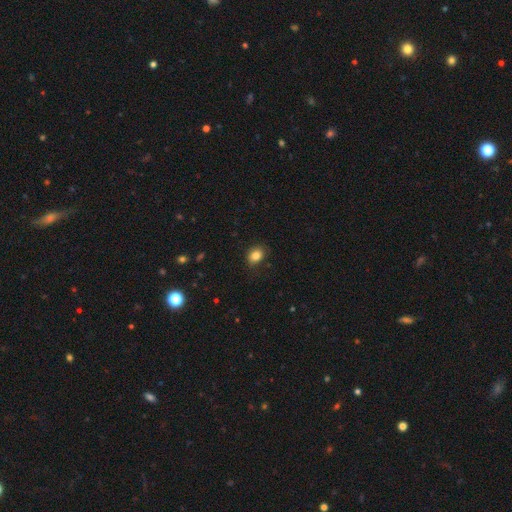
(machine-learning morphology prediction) Overall: smooth (83%). How rounded: round (54%; in between 45%). Merging: none (81%).